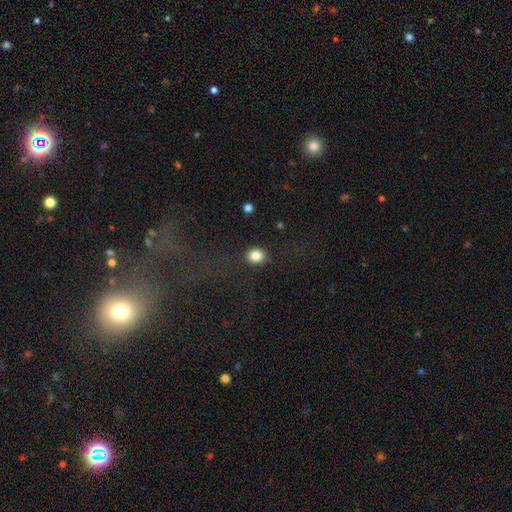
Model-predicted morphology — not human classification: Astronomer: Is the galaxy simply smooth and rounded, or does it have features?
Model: smooth — 84%.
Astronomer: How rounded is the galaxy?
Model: round — 59% (runner-up: in between, 40%).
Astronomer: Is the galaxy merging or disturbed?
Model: none — 86%.